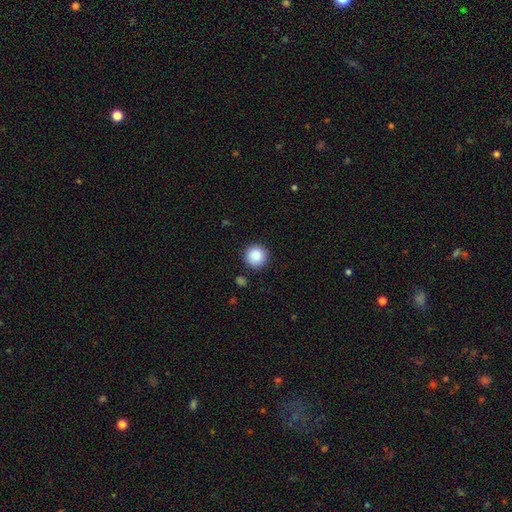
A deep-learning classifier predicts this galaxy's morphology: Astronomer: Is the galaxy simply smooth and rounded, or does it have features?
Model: smooth — 88%.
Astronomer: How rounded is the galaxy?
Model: round — 96%.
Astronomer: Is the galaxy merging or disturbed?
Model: none — 90%.